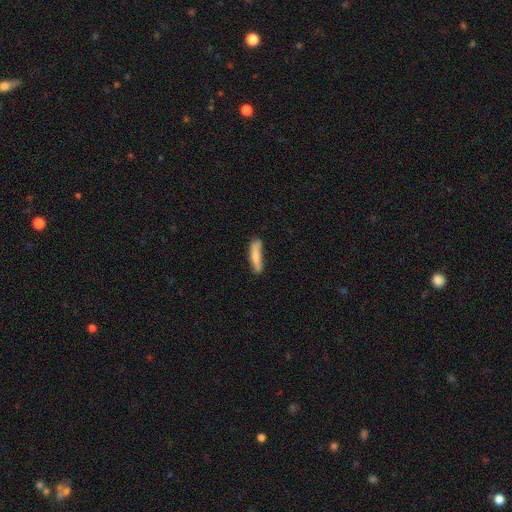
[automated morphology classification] This appears to be a smooth galaxy with no disk features (76%) that is cigar-shaped (81%). Merging: none (66%).